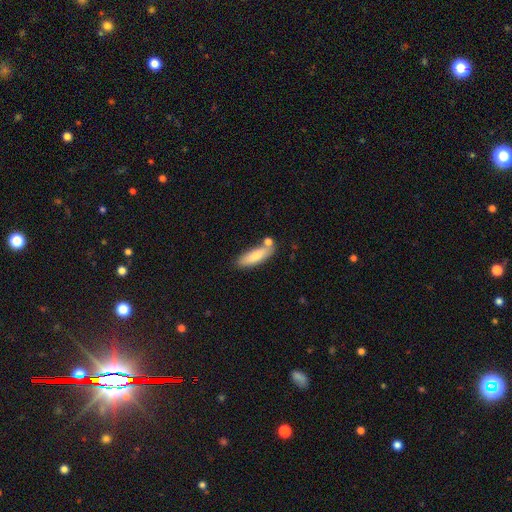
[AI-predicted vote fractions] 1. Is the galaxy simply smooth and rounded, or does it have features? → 79% smooth, 14% featured or disk, 6% star or artifact.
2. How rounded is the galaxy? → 51% cigar-shaped, 47% in between, 2% round.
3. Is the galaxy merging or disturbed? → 65% none, 16% merger, 16% minor disturbance, 4% major disturbance.